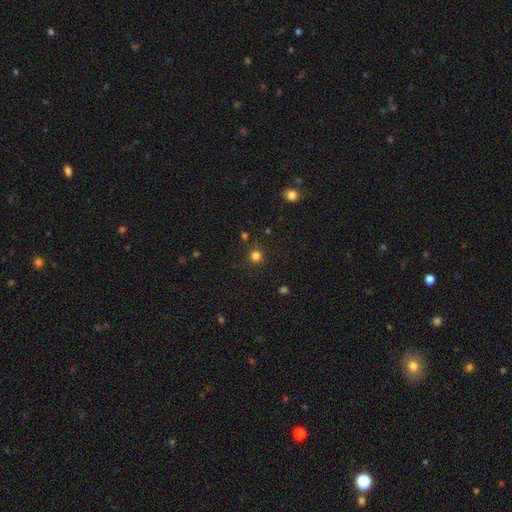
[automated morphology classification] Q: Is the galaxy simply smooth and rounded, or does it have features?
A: smooth — 78%.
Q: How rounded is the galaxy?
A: round — 93%.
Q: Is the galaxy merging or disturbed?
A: none — 86%.